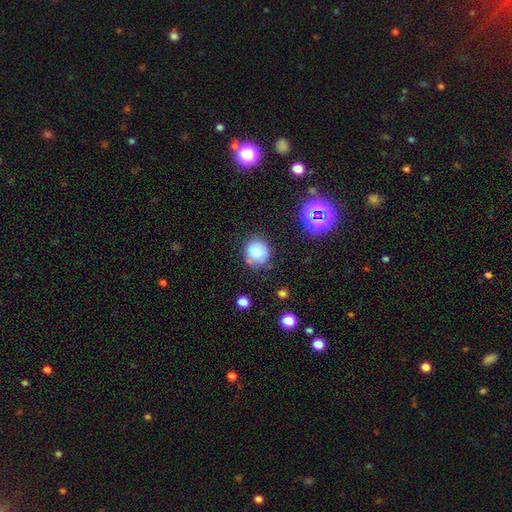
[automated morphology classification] type=smooth (78%); roundness=round (83%); merging=none (75%).